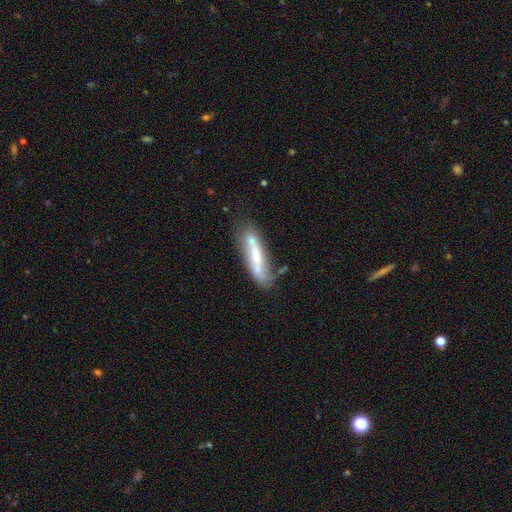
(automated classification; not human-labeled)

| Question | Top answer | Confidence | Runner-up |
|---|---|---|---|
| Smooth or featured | featured or disk | 50% | smooth (42%) |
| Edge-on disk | no | 59% | yes (41%) |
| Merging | none | 48% | minor disturbance (24%) |